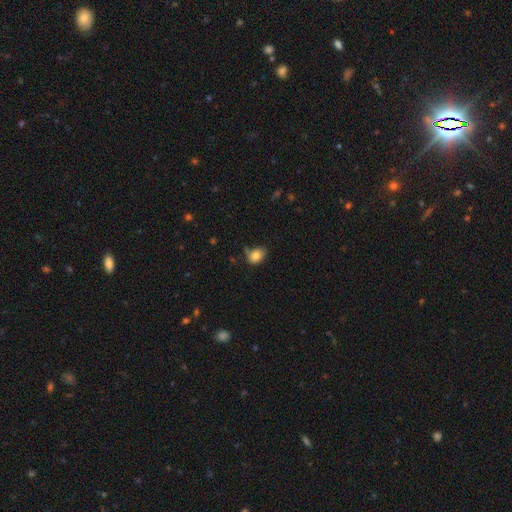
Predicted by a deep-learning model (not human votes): Q: Smooth or featured?
A: smooth (82%); runner-up: featured or disk (9%)
Q: How rounded?
A: in between (71%); runner-up: round (28%)
Q: Merging?
A: none (56%); runner-up: minor disturbance (30%)